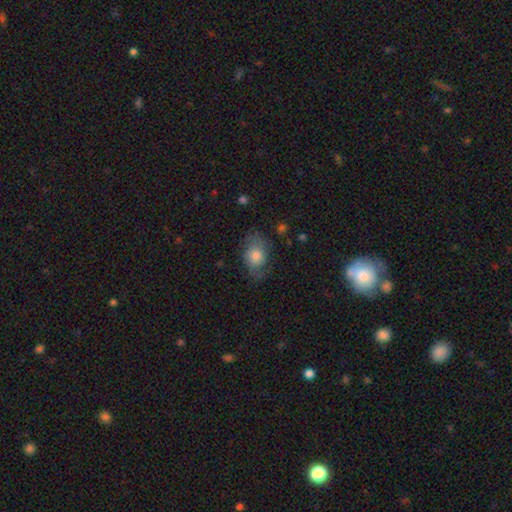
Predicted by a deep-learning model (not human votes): Smooth or featured? smooth (61%)
How rounded? in between (70%)
Merging? none (64%)